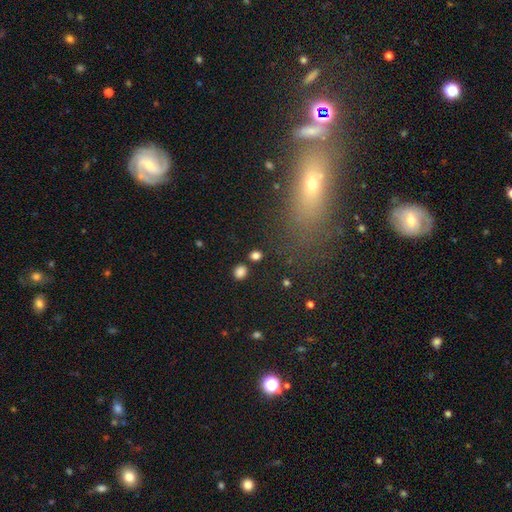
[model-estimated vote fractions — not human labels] Q: Smooth or featured?
A: smooth (83%); runner-up: star or artifact (13%)
Q: How rounded?
A: round (67%); runner-up: in between (31%)
Q: Merging?
A: none (85%); runner-up: minor disturbance (7%)